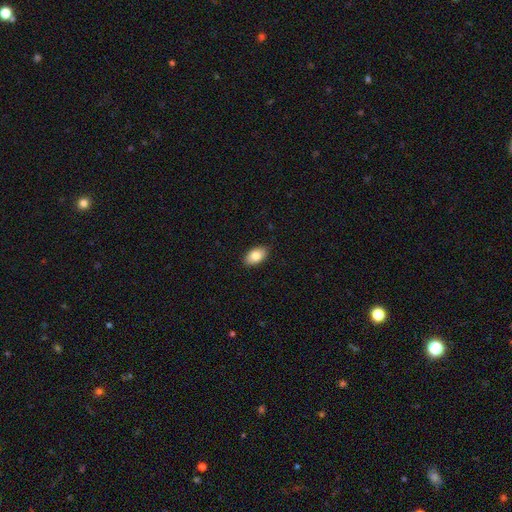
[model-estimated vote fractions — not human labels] This appears to be a smooth galaxy with no disk features (83%) that is in between round and cigar-shaped (92%). Merging: none (88%).